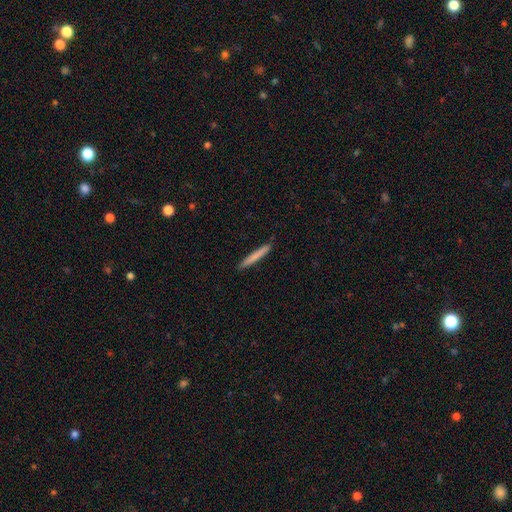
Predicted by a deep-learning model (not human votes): smooth_or_featured: smooth (p=0.75) [alt: featured or disk p=0.19]
how_rounded: cigar-shaped (p=0.96) [alt: in between p=0.03]
merging: none (p=0.90) [alt: minor disturbance p=0.07]